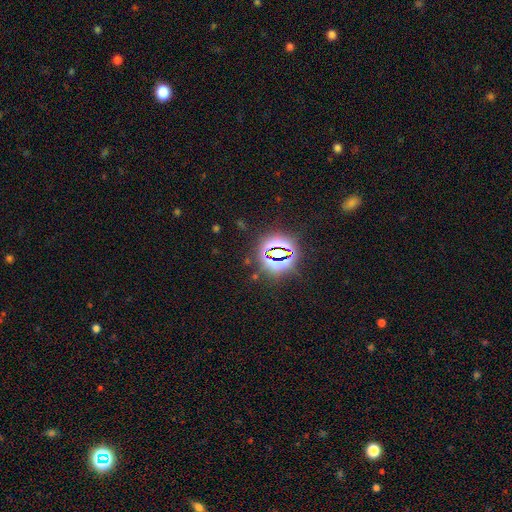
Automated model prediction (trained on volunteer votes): Smooth or featured? Predicted: star or artifact (p=0.81).